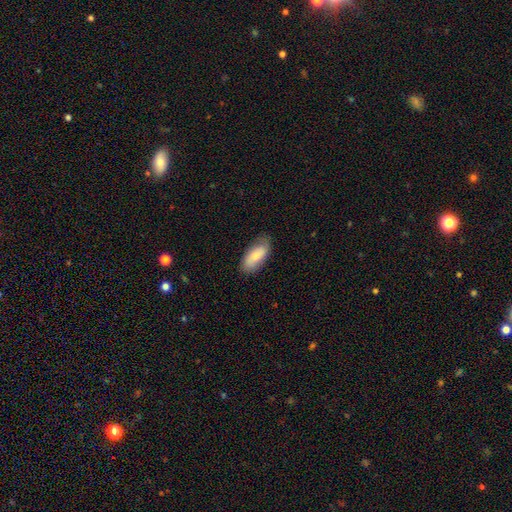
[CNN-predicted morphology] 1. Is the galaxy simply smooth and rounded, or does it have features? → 73% smooth, 22% featured or disk, 6% star or artifact.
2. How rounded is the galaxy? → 87% in between, 10% cigar-shaped, 2% round.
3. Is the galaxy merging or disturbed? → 77% none, 18% minor disturbance, 4% major disturbance, 1% merger.